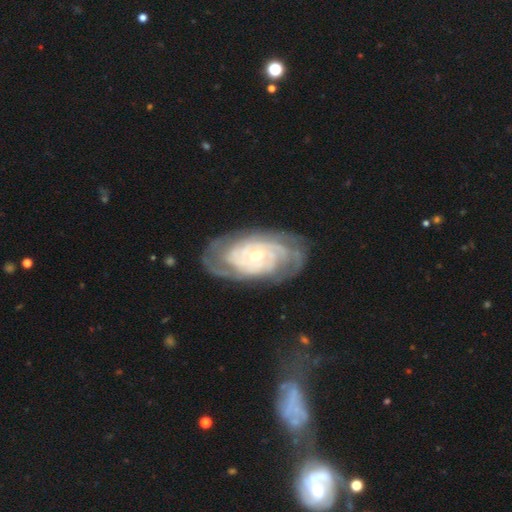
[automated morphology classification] The model was most divided on "bulge size": small: 51%, moderate: 45%, large: 2%, none: 1%, dominant: 1%. Remaining: spiral arms — yes (96%); edge-on disk — no (95%); smooth or featured — featured or disk (88%); spiral winding — tight (77%); merging — none (74%); bar — no (71%); spiral arm count — can't tell (33%).